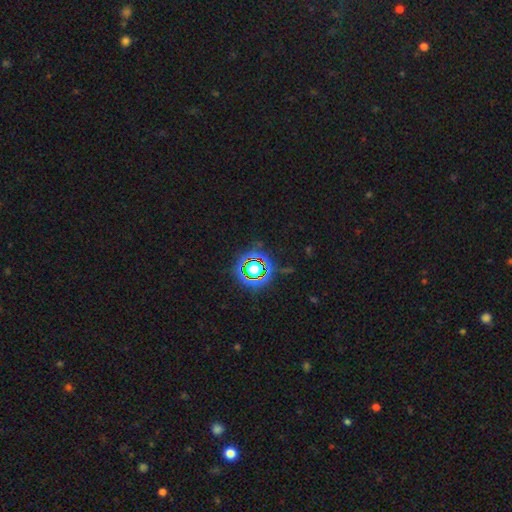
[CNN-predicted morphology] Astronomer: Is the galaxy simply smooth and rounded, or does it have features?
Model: star or artifact — 79%.